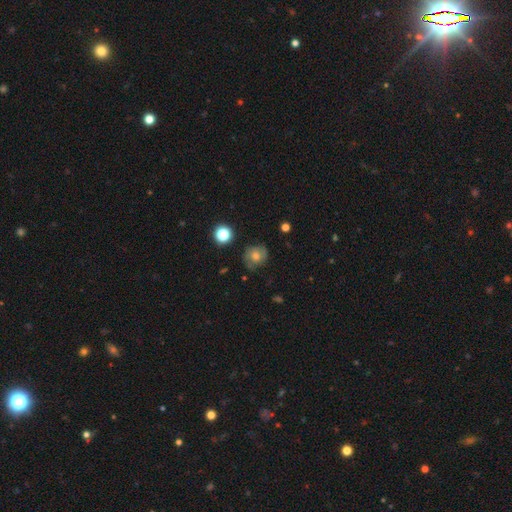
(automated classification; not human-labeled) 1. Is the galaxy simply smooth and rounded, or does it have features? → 54% smooth, 32% featured or disk, 14% star or artifact.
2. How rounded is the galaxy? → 81% round, 18% in between, 1% cigar-shaped.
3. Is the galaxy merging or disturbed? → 73% none, 19% minor disturbance, 6% major disturbance, 2% merger.